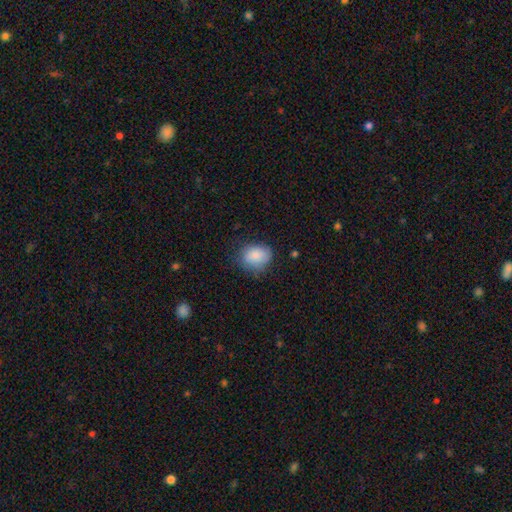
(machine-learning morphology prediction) The model was most divided on "how rounded": in between: 56%, round: 43%, cigar-shaped: 1%. More confident: smooth or featured — smooth (86%); merging — none (69%).